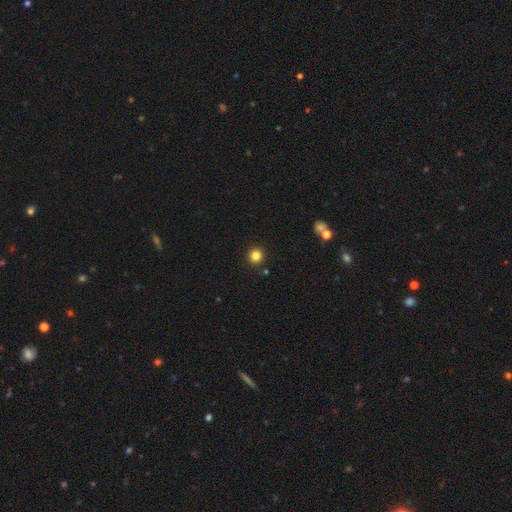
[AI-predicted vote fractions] Smooth or featured? Predicted: smooth (p=0.82). How rounded? Predicted: round (p=0.95). Merging? Predicted: none (p=0.91).